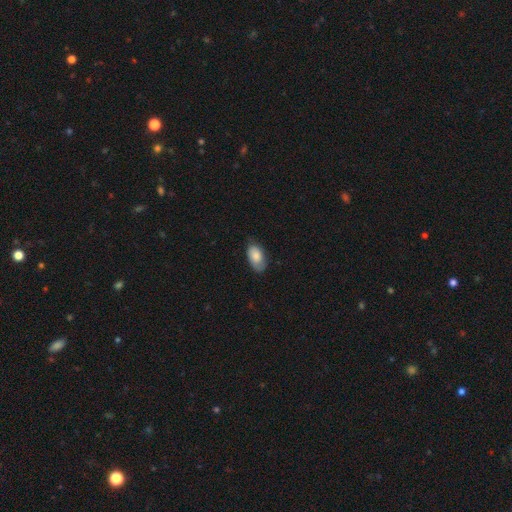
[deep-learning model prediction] Morphology: type=smooth (76%); roundness=in between (94%); merging=none (65%).